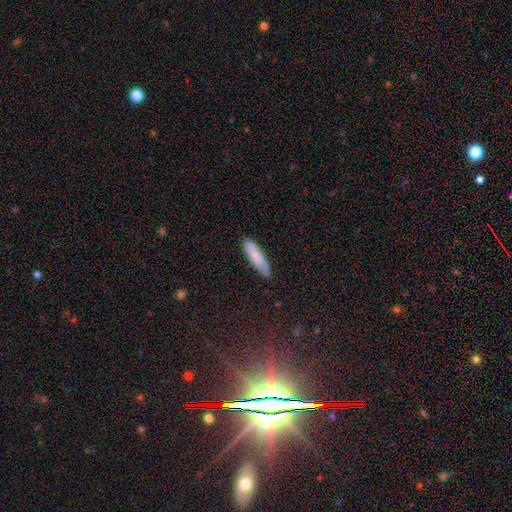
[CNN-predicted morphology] A smooth galaxy with no disk features (69%) that is cigar-shaped (67%). Merging: none (78%).